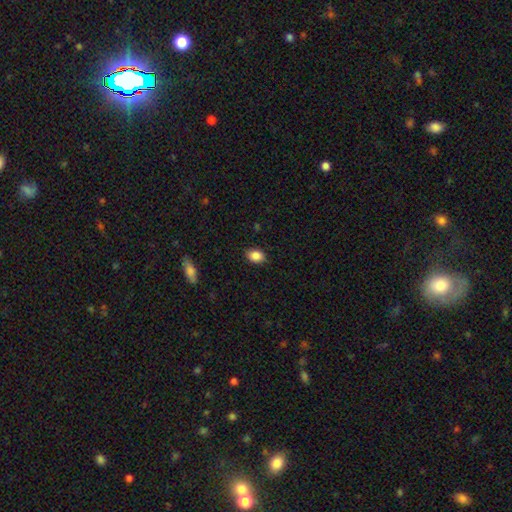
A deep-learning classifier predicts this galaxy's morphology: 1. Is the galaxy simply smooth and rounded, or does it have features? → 87% smooth, 8% star or artifact, 5% featured or disk.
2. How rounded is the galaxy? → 73% in between, 25% round, 1% cigar-shaped.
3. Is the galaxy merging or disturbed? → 85% none, 12% minor disturbance, 2% major disturbance, 1% merger.